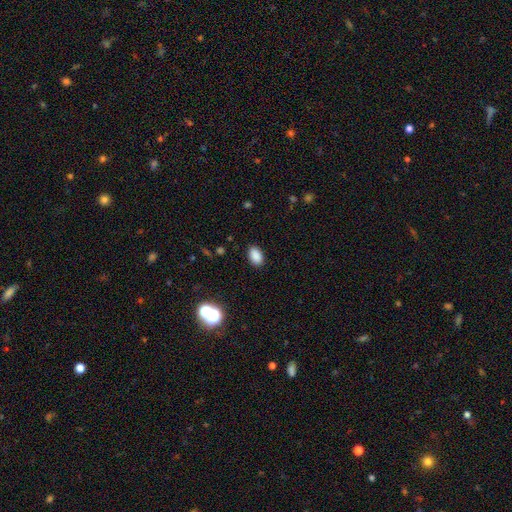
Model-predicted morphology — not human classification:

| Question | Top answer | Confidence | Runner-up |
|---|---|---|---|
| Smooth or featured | smooth | 87% | star or artifact (10%) |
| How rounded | in between | 88% | round (11%) |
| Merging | none | 88% | minor disturbance (8%) |